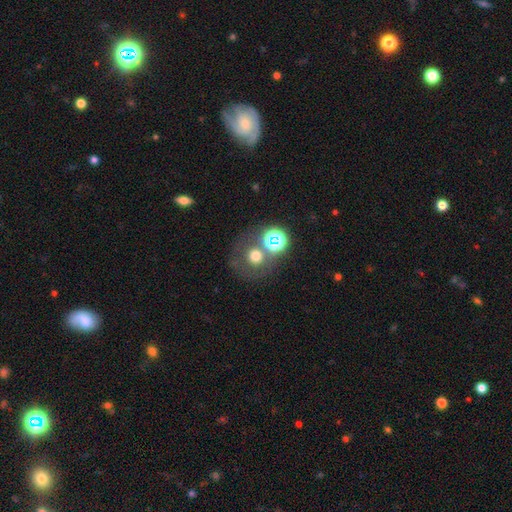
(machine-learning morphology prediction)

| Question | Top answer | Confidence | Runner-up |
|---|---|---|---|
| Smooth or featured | smooth | 58% | star or artifact (25%) |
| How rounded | round | 89% | in between (10%) |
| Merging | none | 58% | merger (25%) |